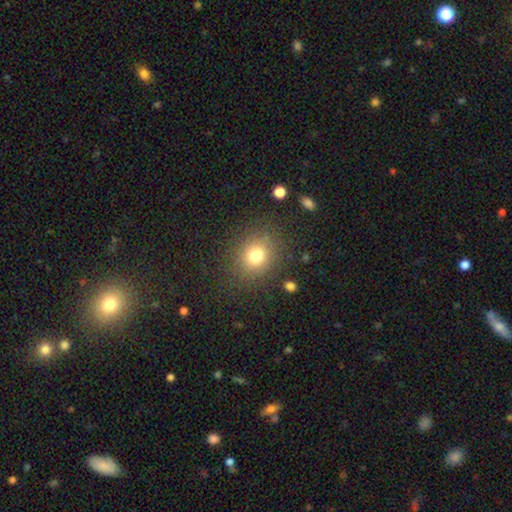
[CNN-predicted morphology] This is likely a smooth galaxy (75%). How rounded: likely round (75%). Merging: clearly none (83%).